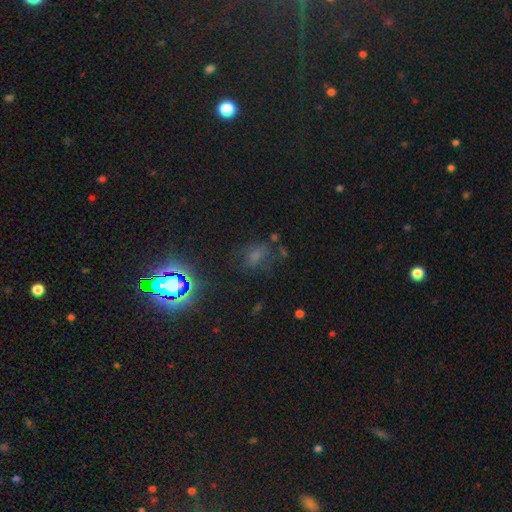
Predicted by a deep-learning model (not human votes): Smooth or featured? smooth (47%)
Merging? none (61%)